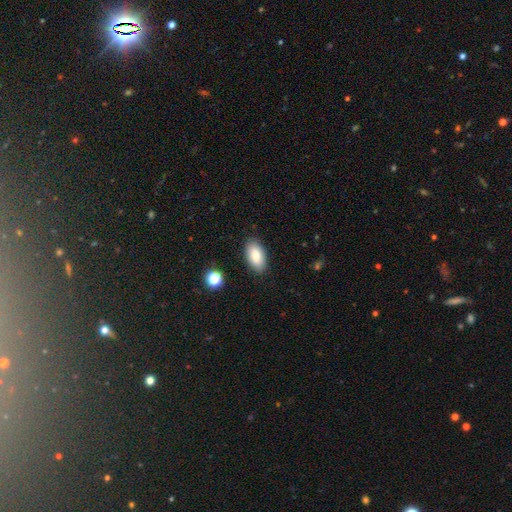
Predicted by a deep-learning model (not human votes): Overall: smooth (85%). How rounded: in between (94%). Merging: none (87%).